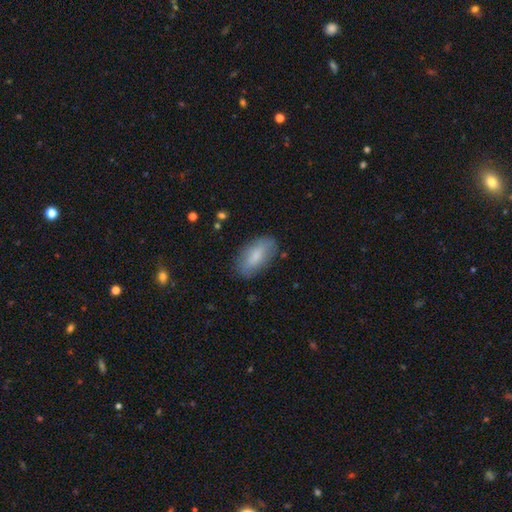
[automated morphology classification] Smooth or featured: smooth — 76% (featured or disk — 18%)
How rounded: in between — 88% (cigar-shaped — 10%)
Merging: none — 79% (minor disturbance — 16%)